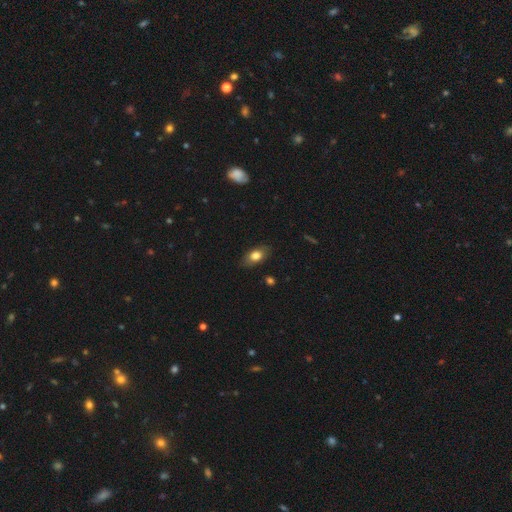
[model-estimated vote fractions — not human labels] Smooth or featured? smooth (78%)
How rounded? in between (85%)
Merging? none (82%)